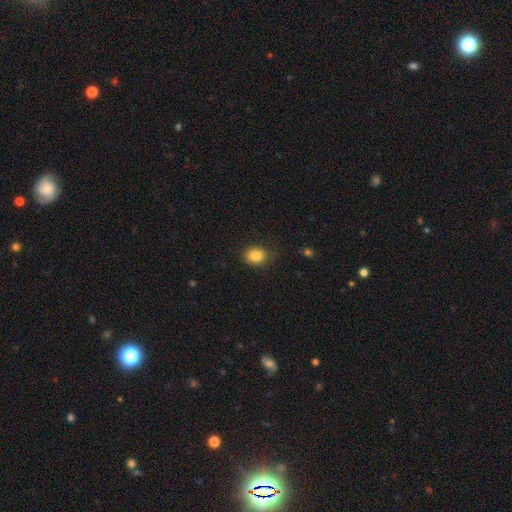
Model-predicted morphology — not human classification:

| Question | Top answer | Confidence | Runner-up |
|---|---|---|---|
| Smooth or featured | smooth | 85% | star or artifact (9%) |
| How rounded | in between | 54% | round (45%) |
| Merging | none | 84% | minor disturbance (12%) |